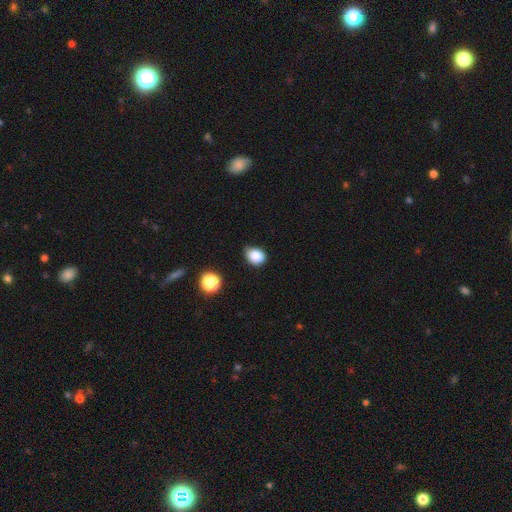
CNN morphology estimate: This appears to be a smooth galaxy with no disk features (85%) that is in between round and cigar-shaped (56%). Merging: none (60%).